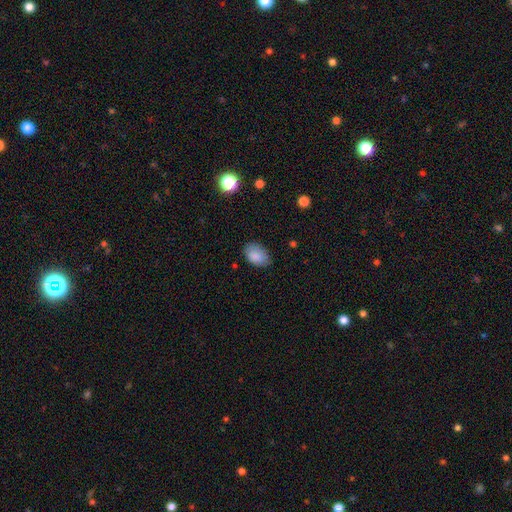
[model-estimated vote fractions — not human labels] Smooth or featured: smooth — 87% (star or artifact — 8%)
How rounded: in between — 89% (round — 10%)
Merging: none — 77% (minor disturbance — 18%)